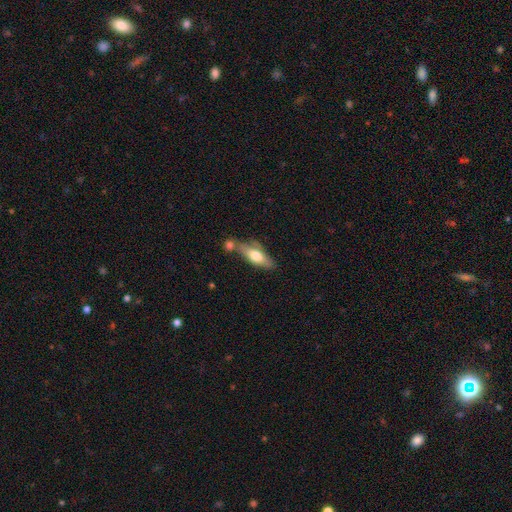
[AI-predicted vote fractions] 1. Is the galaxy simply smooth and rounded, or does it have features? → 58% smooth, 36% featured or disk, 6% star or artifact.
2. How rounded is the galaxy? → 56% in between, 41% cigar-shaped, 3% round.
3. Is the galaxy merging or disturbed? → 55% none, 23% merger, 17% minor disturbance, 5% major disturbance.